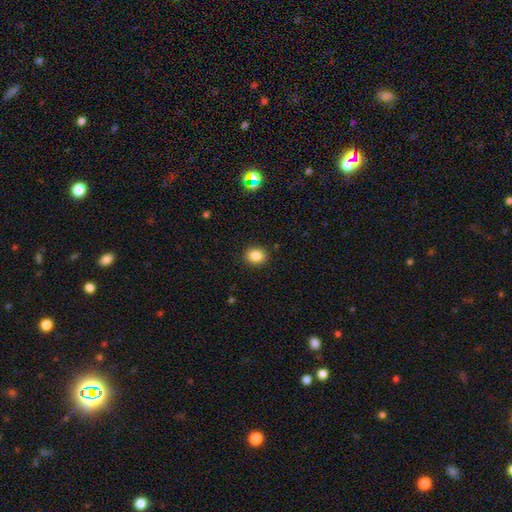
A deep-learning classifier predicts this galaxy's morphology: Smooth or featured: smooth — 85% (star or artifact — 11%)
How rounded: round — 55% (in between — 44%)
Merging: none — 89% (minor disturbance — 7%)